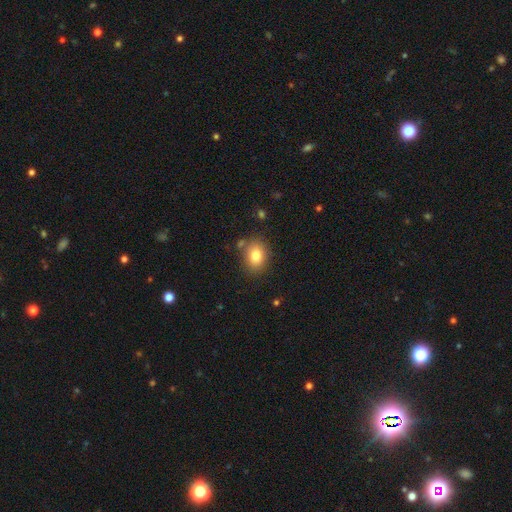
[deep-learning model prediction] Smooth or featured: smooth — 81% (star or artifact — 10%)
How rounded: in between — 59% (round — 40%)
Merging: none — 80% (minor disturbance — 12%)